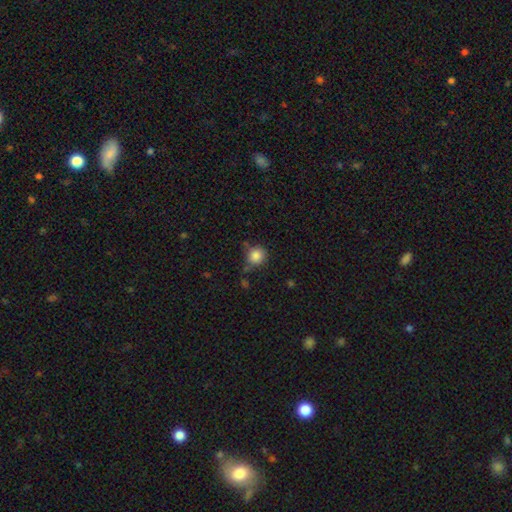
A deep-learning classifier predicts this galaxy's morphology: Q: Smooth or featured?
A: smooth (85%); runner-up: star or artifact (10%)
Q: How rounded?
A: round (87%); runner-up: in between (12%)
Q: Merging?
A: none (66%); runner-up: minor disturbance (22%)